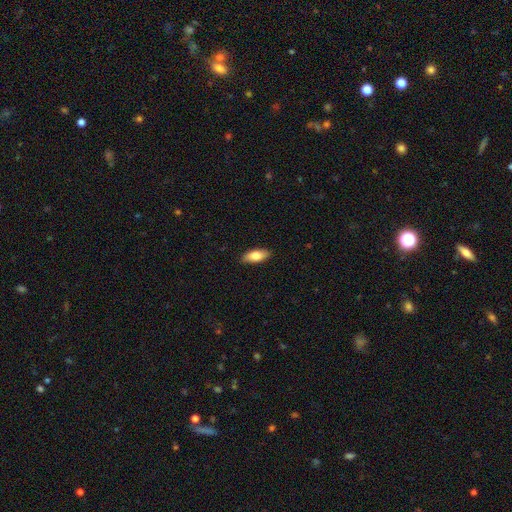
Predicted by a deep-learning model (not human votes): Smooth or featured?
  - smooth: 80% *
  - featured or disk: 14%
  - star or artifact: 6%
How rounded?
  - in between: 81% *
  - cigar-shaped: 17%
  - round: 2%
Merging?
  - none: 89% *
  - minor disturbance: 9%
  - major disturbance: 2%
  - merger: 1%